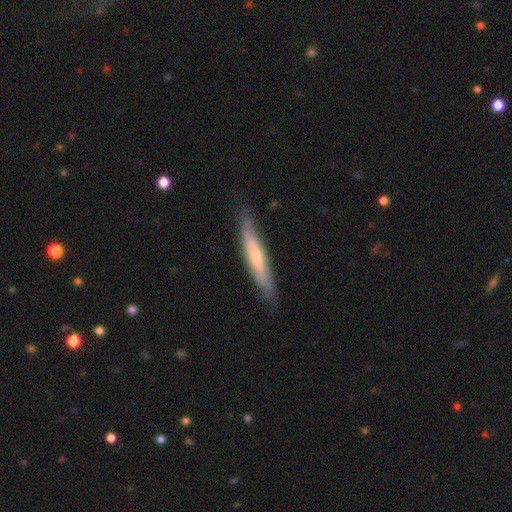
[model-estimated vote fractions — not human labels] Morphology: type=smooth (48%); merging=none (83%).